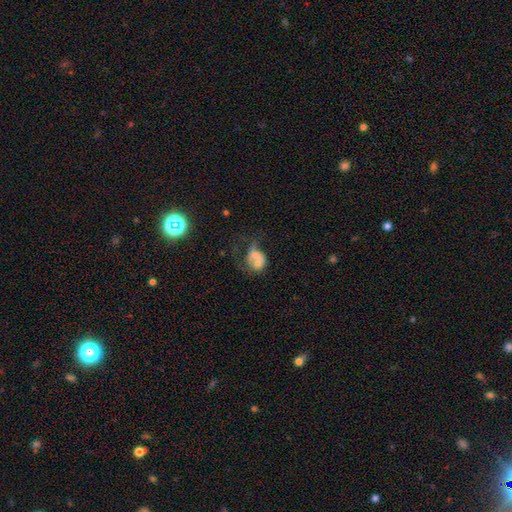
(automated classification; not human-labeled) Smooth or featured? smooth (53%)
How rounded? round (51%)
Merging? merger (46%)